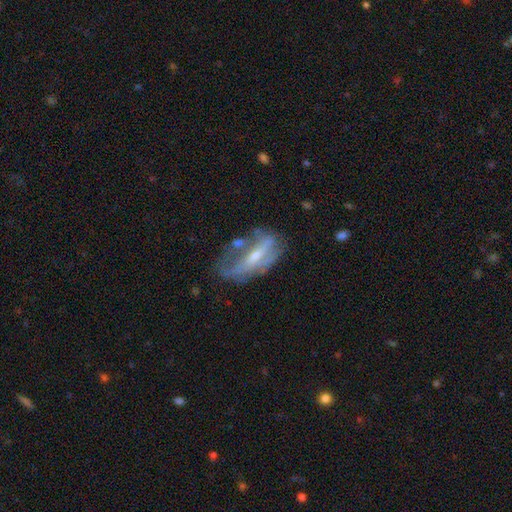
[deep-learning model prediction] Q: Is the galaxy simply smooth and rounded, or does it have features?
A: featured or disk — 65%.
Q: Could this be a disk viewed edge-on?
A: no — 77%.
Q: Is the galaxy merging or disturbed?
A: none — 39%.